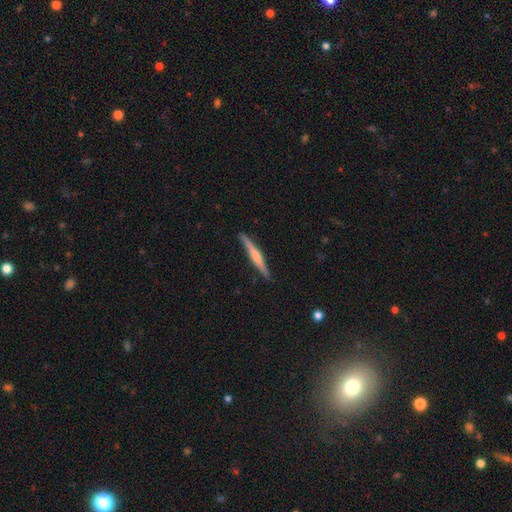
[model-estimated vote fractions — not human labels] A featured or disk galaxy (53%) viewed edge-on (97%) with a rounded central bulge (54%). Merging: none (88%).